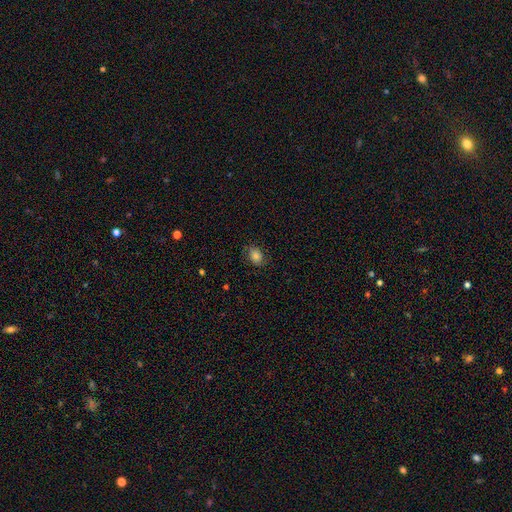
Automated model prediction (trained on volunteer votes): Smooth or featured?
  - smooth: 72% *
  - featured or disk: 17%
  - star or artifact: 11%
How rounded?
  - in between: 66% *
  - round: 33%
  - cigar-shaped: 1%
Merging?
  - none: 75% *
  - minor disturbance: 18%
  - major disturbance: 6%
  - merger: 1%